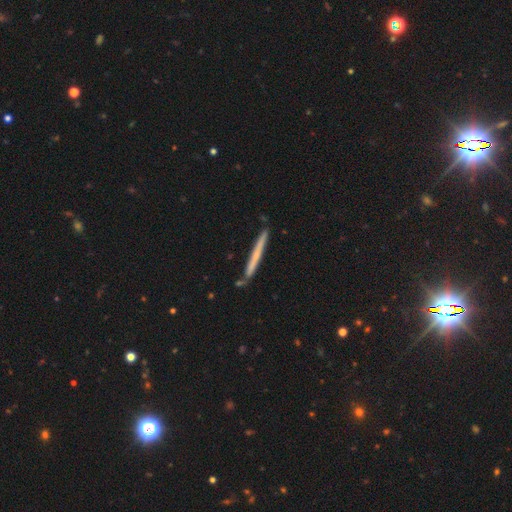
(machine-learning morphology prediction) Overall: smooth (51%; featured or disk 44%). How rounded: cigar-shaped (97%). Merging: none (87%).